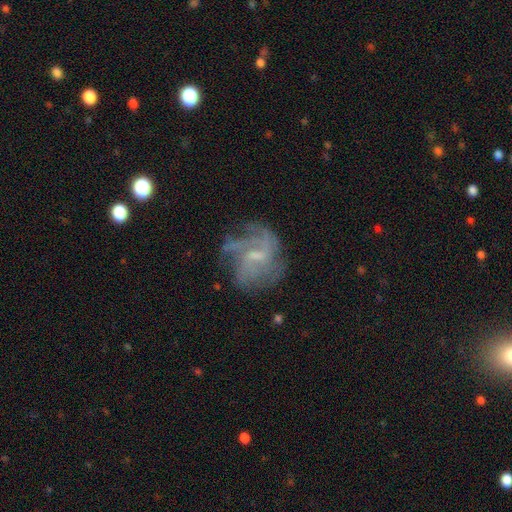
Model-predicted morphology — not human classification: Smooth or featured?
  - featured or disk: 76% *
  - smooth: 14%
  - star or artifact: 10%
Edge-on disk?
  - no: 98% *
  - yes: 2%
Bar?
  - weak: 58% *
  - no: 30%
  - strong: 12%
Spiral arms?
  - yes: 84% *
  - no: 16%
Spiral winding?
  - medium: 43% *
  - tight: 29%
  - loose: 28%
Spiral arm count?
  - can't tell: 36% *
  - 3: 23%
  - 4: 16%
  - 2: 14%
  - 1: 6%
  - more than 4: 6%
Bulge size?
  - small: 47% *
  - moderate: 29%
  - none: 21%
  - large: 2%
  - dominant: 1%
Merging?
  - none: 53% *
  - major disturbance: 22%
  - minor disturbance: 22%
  - merger: 3%